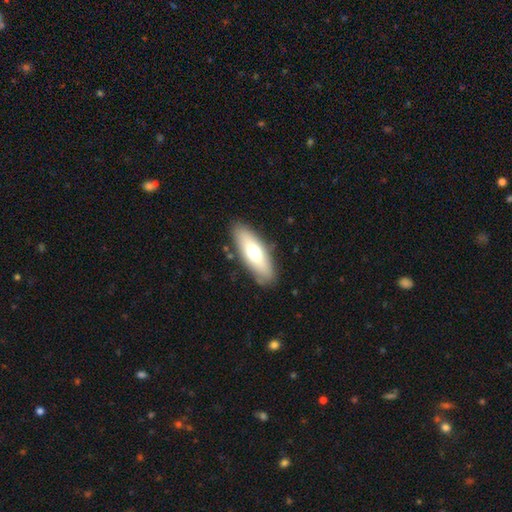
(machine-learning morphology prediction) smooth 65%, featured or disk 29%, star or artifact 6%. Down the decision tree: how rounded — in between (62%); merging — none (86%).